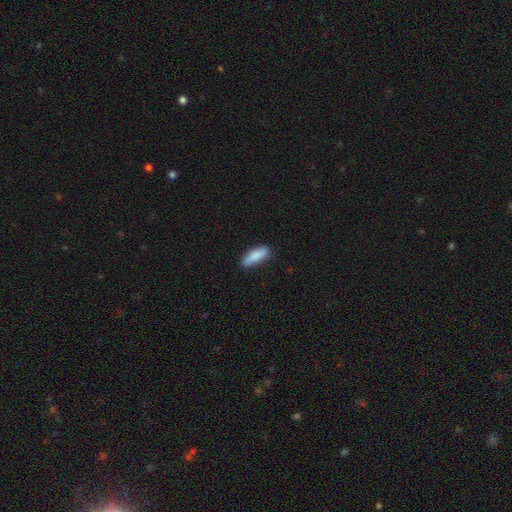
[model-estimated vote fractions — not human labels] smooth_or_featured: smooth (p=0.85) [alt: featured or disk p=0.09]
how_rounded: in between (p=0.52) [alt: cigar-shaped p=0.46]
merging: none (p=0.82) [alt: minor disturbance p=0.14]